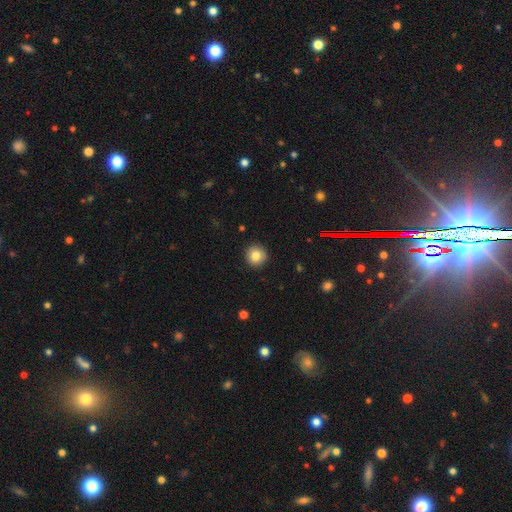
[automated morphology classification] smooth 83%, star or artifact 10%, featured or disk 8%. Down the decision tree: how rounded — round (94%); merging — none (92%).